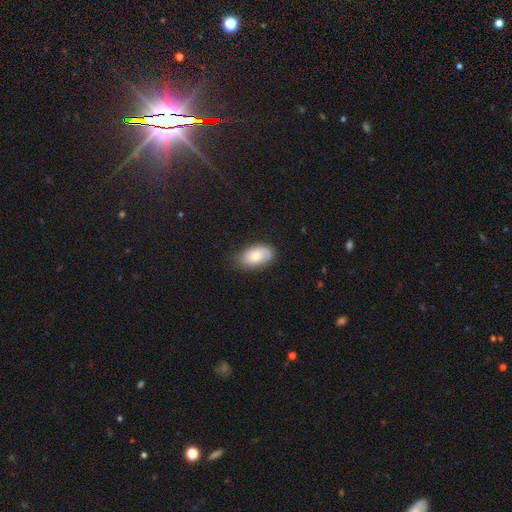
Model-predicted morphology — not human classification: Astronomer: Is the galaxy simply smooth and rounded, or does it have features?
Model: smooth — 71%.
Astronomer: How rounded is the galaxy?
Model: in between — 92%.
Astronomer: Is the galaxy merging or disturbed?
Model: none — 76%.